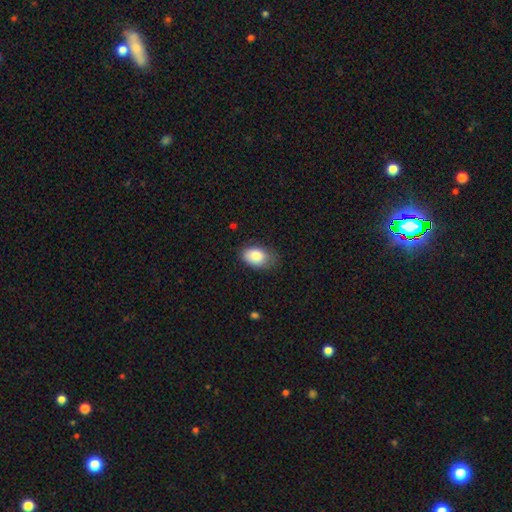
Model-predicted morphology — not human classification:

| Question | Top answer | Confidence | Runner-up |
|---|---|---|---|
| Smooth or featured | smooth | 84% | featured or disk (8%) |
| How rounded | in between | 84% | round (15%) |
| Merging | none | 64% | minor disturbance (28%) |